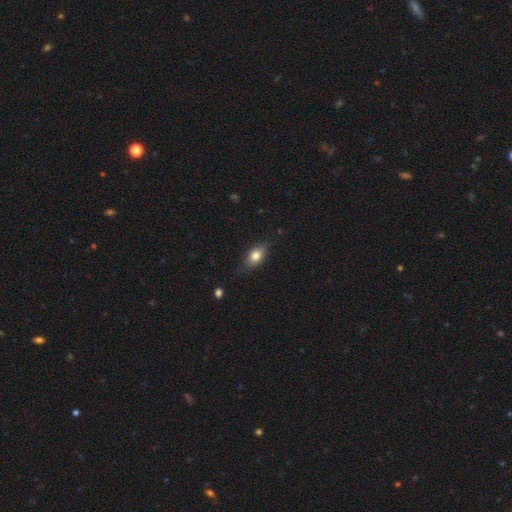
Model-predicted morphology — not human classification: type=smooth (75%); roundness=in between (81%); merging=none (77%).